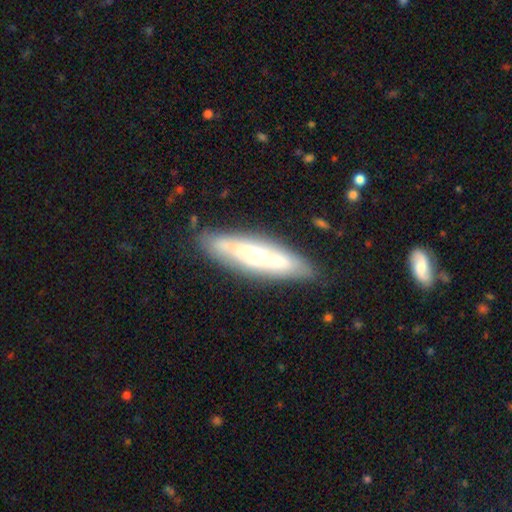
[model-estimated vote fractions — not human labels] Smooth or featured? Predicted: featured or disk (p=0.62). Edge-on disk? Predicted: no (p=0.60). Merging? Predicted: none (p=0.81).